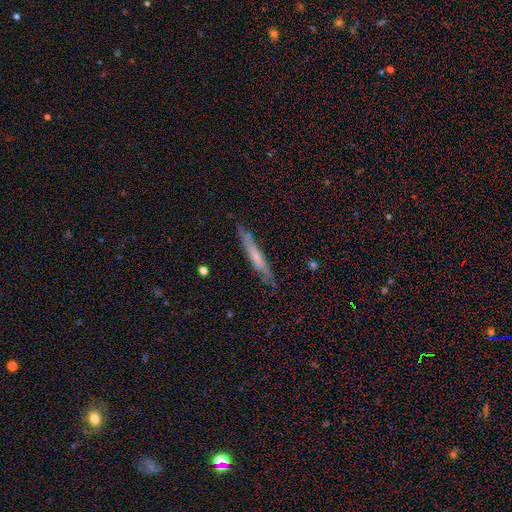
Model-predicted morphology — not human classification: Smooth or featured: featured or disk — 48% (smooth — 45%)
Merging: none — 82% (minor disturbance — 14%)